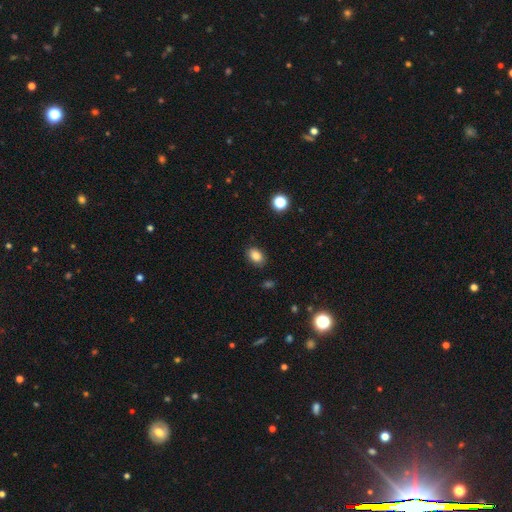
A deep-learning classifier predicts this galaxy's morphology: Smooth or featured? smooth (85%)
How rounded? in between (78%)
Merging? none (86%)